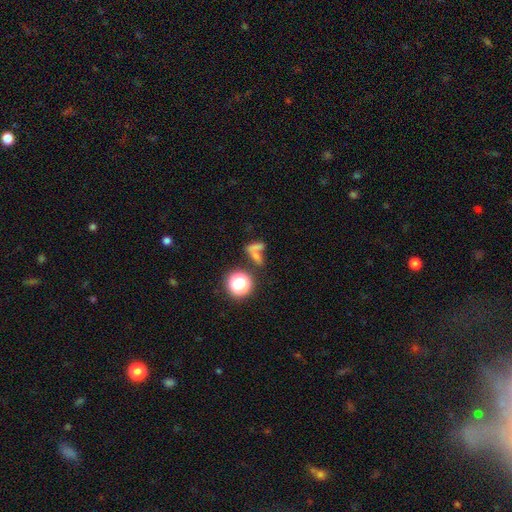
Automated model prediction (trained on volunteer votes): Smooth or featured: smooth — 57% (star or artifact — 25%)
How rounded: in between — 43% (round — 33%)
Merging: merger — 46% (none — 35%)